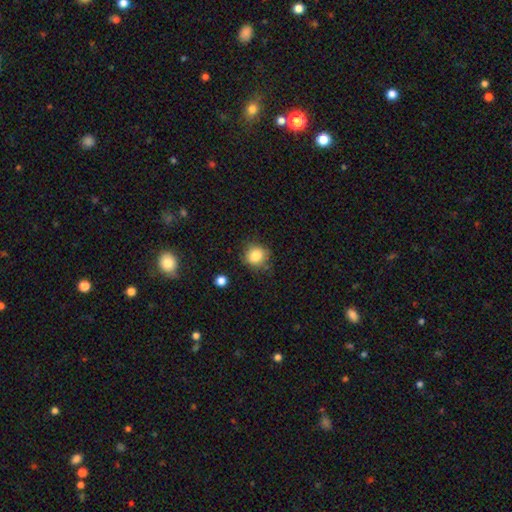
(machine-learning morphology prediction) A smooth galaxy with no disk features (83%) that is round (83%). Merging: none (76%).